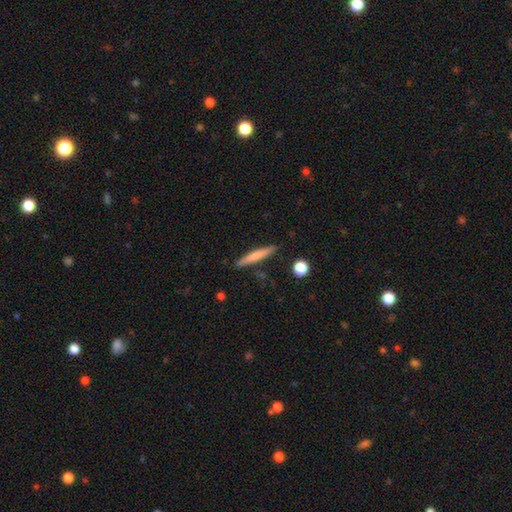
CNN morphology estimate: The model was most divided on "smooth or featured": smooth: 68%, featured or disk: 26%, star or artifact: 6%. More confident: how rounded — cigar-shaped (94%); merging — none (88%).